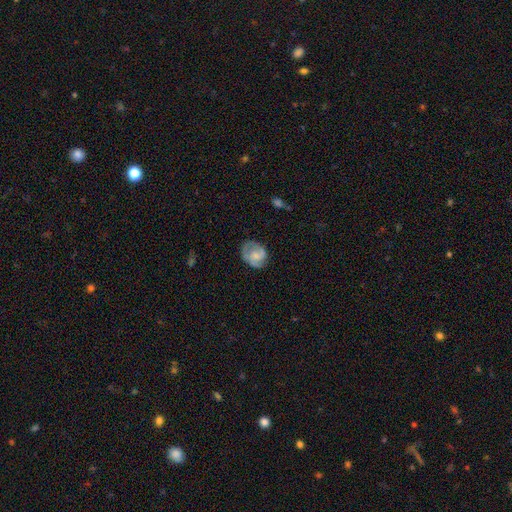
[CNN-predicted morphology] A featured or disk galaxy (54%) with no bar (65%), spiral arms (79%) and a small central bulge (44%). Merging: none (60%).